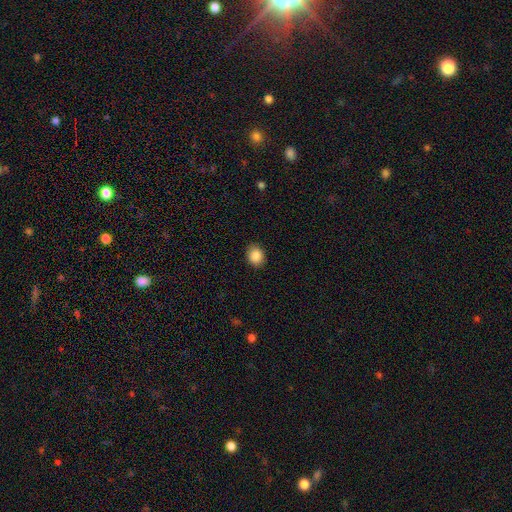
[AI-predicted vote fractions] Smooth or featured? Predicted: smooth (p=0.88). How rounded? Predicted: in between (p=0.50). Merging? Predicted: none (p=0.89).